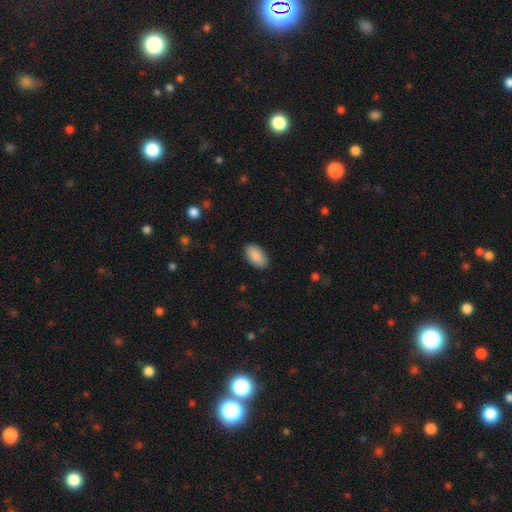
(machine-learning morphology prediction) Smooth or featured? Predicted: smooth (p=0.90). How rounded? Predicted: in between (p=0.95). Merging? Predicted: none (p=0.88).